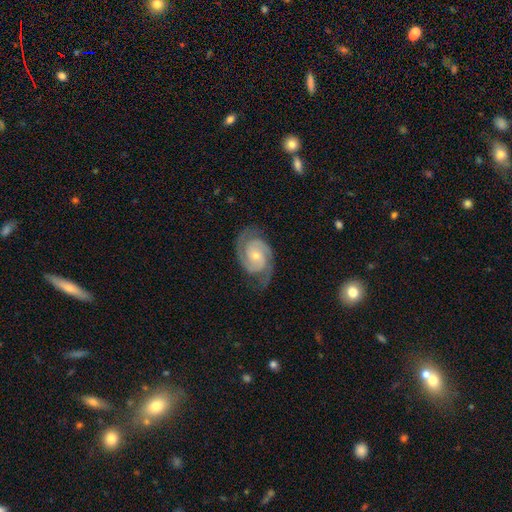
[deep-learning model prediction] Smooth or featured? Predicted: featured or disk (p=0.91). Edge-on disk? Predicted: no (p=0.98). Bar? Predicted: no (p=0.64). Spiral arms? Predicted: yes (p=0.98). Spiral winding? Predicted: tight (p=0.53). Spiral arm count? Predicted: 2 (p=0.88). Bulge size? Predicted: small (p=0.58). Merging? Predicted: none (p=0.79).